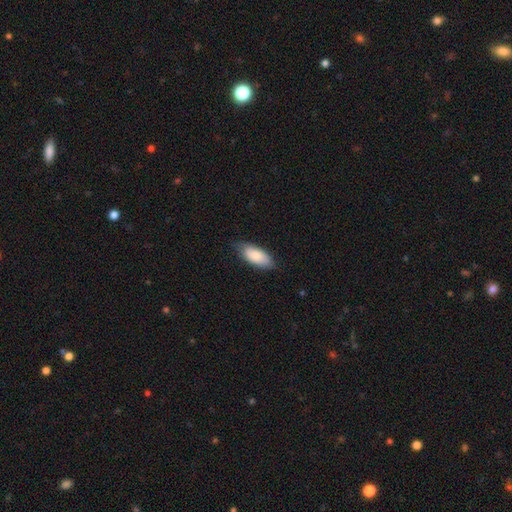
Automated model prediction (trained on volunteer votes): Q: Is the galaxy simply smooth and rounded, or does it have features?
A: smooth — 84%.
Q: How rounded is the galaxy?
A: in between — 88%.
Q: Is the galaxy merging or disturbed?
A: none — 74%.